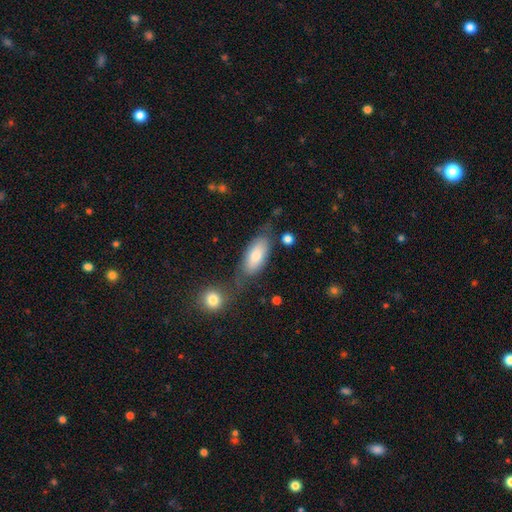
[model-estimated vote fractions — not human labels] The model was most divided on "merging": none: 55%, minor disturbance: 21%, merger: 16%, major disturbance: 8%. More confident: how rounded — in between (86%); smooth or featured — smooth (74%).